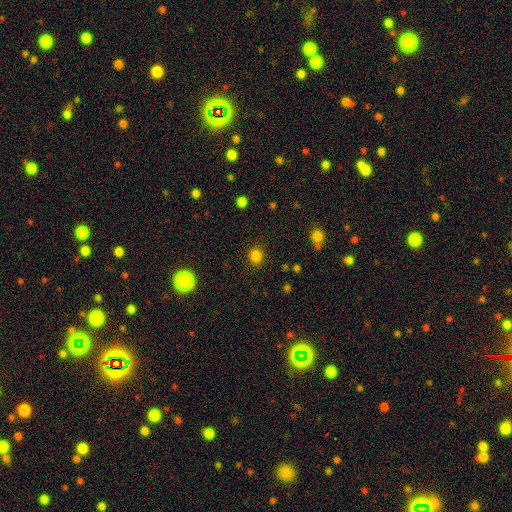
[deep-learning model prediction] smooth_or_featured: smooth (p=0.82) [alt: star or artifact p=0.14]
how_rounded: round (p=0.82) [alt: in between p=0.17]
merging: none (p=0.88) [alt: minor disturbance p=0.07]